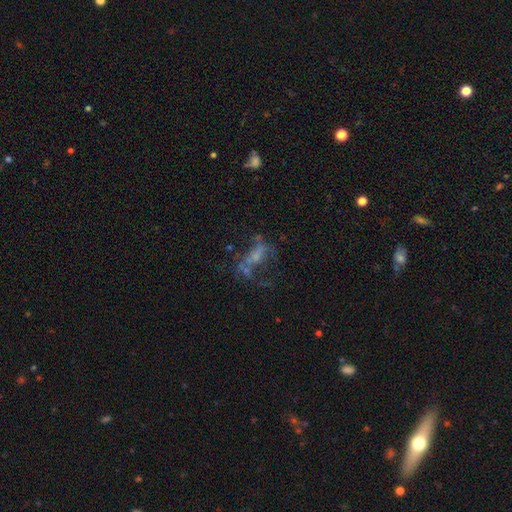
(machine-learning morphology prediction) Smooth or featured?
  - featured or disk: 56% *
  - star or artifact: 23%
  - smooth: 21%
Edge-on disk?
  - no: 94% *
  - yes: 6%
Bar?
  - no: 72% *
  - weak: 20%
  - strong: 8%
Spiral arms?
  - no: 77% *
  - yes: 23%
Bulge size?
  - none: 51% *
  - small: 27%
  - moderate: 17%
  - large: 3%
  - dominant: 1%
Merging?
  - major disturbance: 37% *
  - none: 34%
  - minor disturbance: 14%
  - merger: 14%